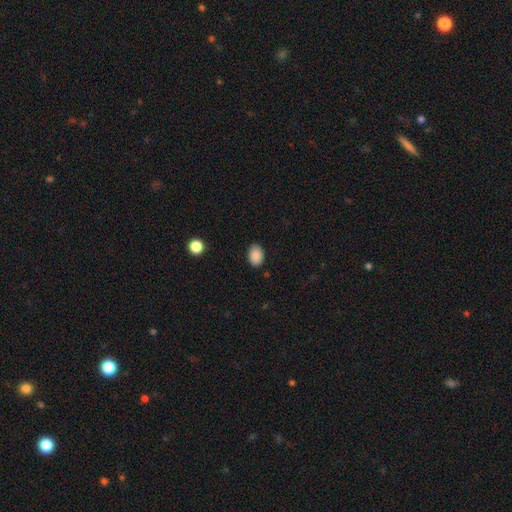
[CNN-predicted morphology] A smooth galaxy with no disk features (89%) that is in between round and cigar-shaped (81%).

Vote fractions:
- Smooth or featured? smooth: 89% / star or artifact: 8% / featured or disk: 3%
- How rounded? in between: 81% / round: 18% / cigar-shaped: 1%
- Merging? none: 85% / minor disturbance: 11% / major disturbance: 2% / merger: 1%